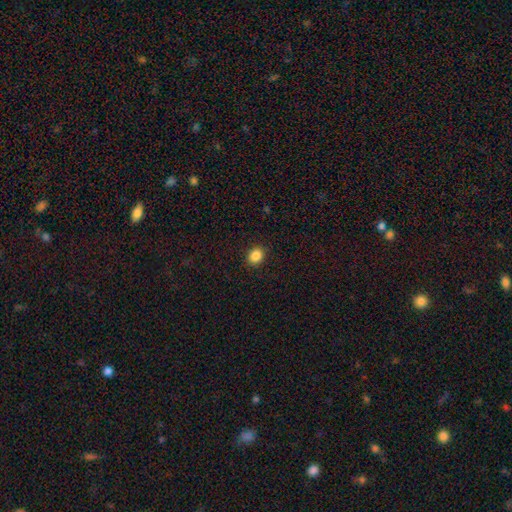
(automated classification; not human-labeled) The model was most divided on "how rounded": round: 55%, in between: 44%, cigar-shaped: 1%. More confident: merging — none (90%); smooth or featured — smooth (86%).